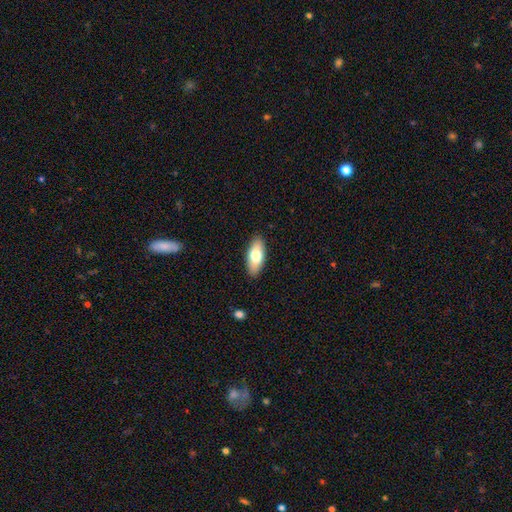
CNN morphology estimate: type=smooth (73%); roundness=in between (85%); merging=none (89%).